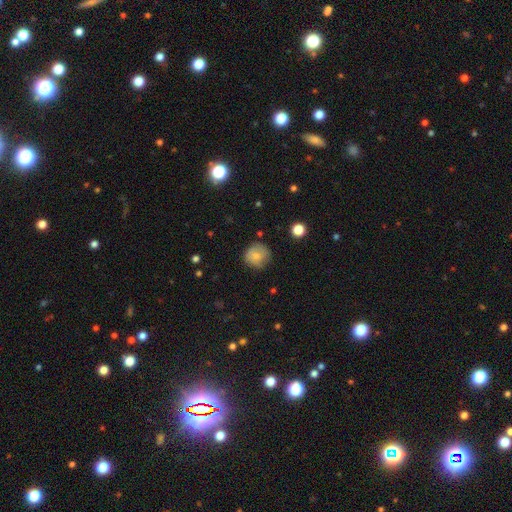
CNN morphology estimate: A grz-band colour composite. It shows a smooth galaxy with no disk features (75%) that is round (90%). Merging: none (71%).